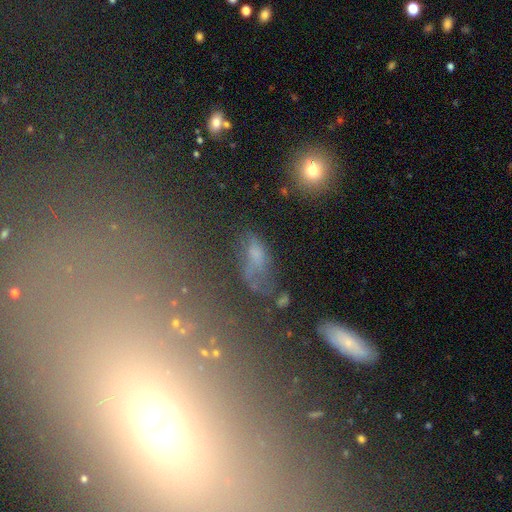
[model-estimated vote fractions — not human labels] A smooth galaxy with no disk features (44%). Merging: none (36%).